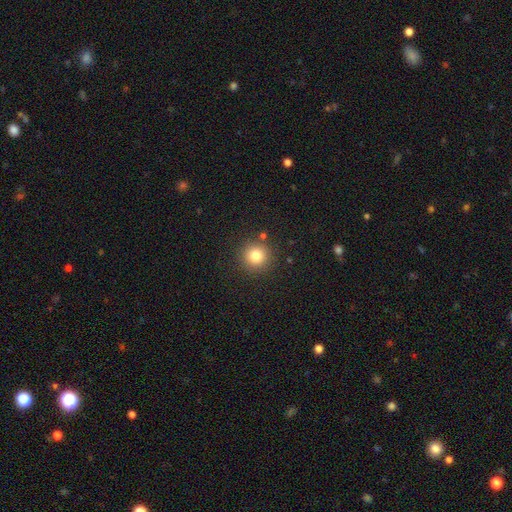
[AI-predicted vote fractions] Overall: smooth (81%). How rounded: round (94%). Merging: none (87%).